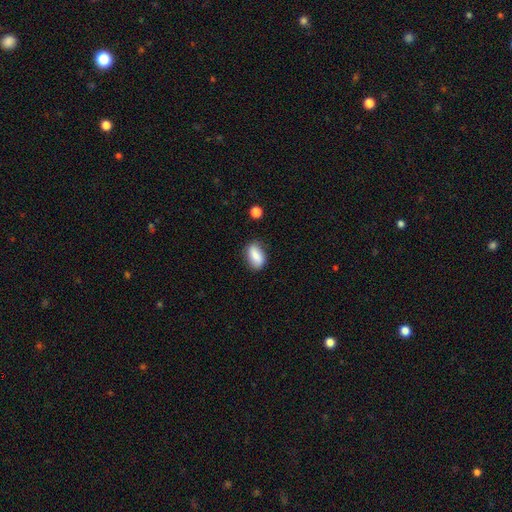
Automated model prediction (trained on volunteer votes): A smooth galaxy with no disk features (80%) that is in between round and cigar-shaped (86%). Merging: none (77%).